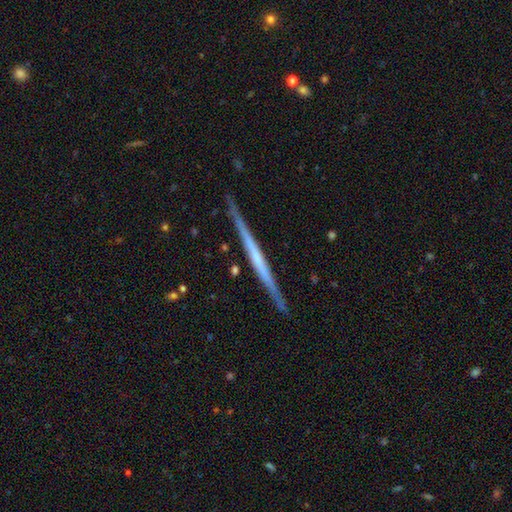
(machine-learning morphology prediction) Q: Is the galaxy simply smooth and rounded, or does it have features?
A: featured or disk — 70%.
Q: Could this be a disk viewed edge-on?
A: yes — 98%.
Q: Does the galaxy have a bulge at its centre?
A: none — 78%.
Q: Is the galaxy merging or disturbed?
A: none — 88%.